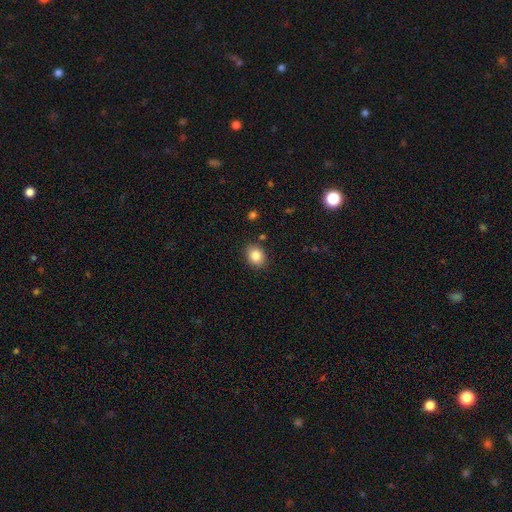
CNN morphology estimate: This is clearly a smooth galaxy (85%). How rounded: possibly round (53%). Merging: clearly none (86%).